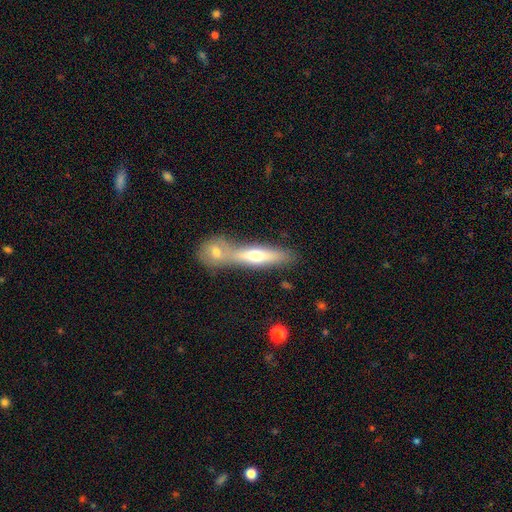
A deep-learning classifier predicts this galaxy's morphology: Smooth or featured?
  - smooth: 55% *
  - featured or disk: 39%
  - star or artifact: 6%
How rounded?
  - cigar-shaped: 67% *
  - in between: 29%
  - round: 3%
Merging?
  - none: 46% *
  - merger: 42%
  - minor disturbance: 9%
  - major disturbance: 3%